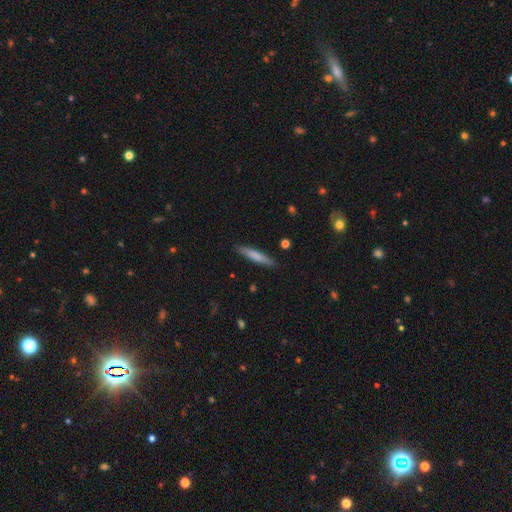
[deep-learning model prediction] This appears to be a smooth galaxy with no disk features (73%) that is cigar-shaped (91%). Merging: none (89%).